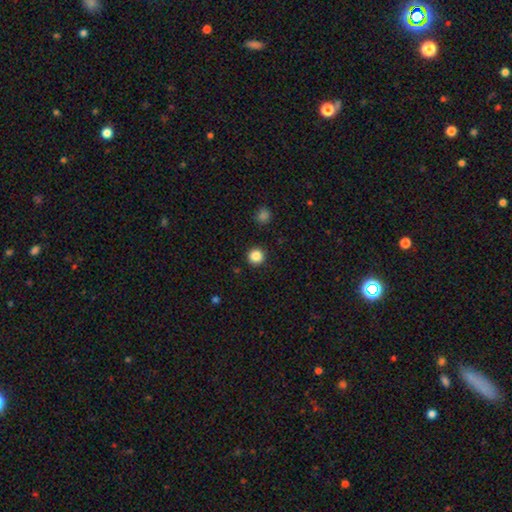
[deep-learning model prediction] smooth 87%, star or artifact 10%, featured or disk 3%. Down the decision tree: how rounded — round (96%); merging — none (93%).